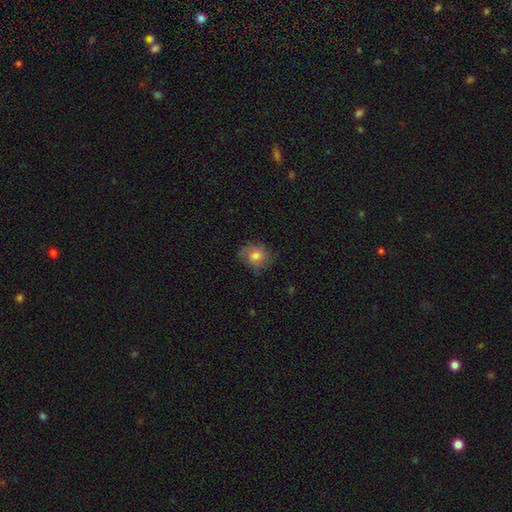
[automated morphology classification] The model was most divided on "how rounded": round: 66%, in between: 33%, cigar-shaped: 1%. More confident: smooth or featured — smooth (70%); merging — none (67%).